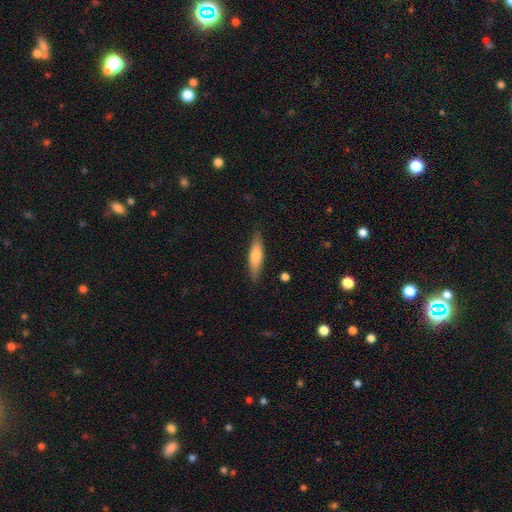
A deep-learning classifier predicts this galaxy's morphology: This is likely a smooth galaxy (66%). How rounded: likely cigar-shaped (74%). Merging: clearly none (86%).